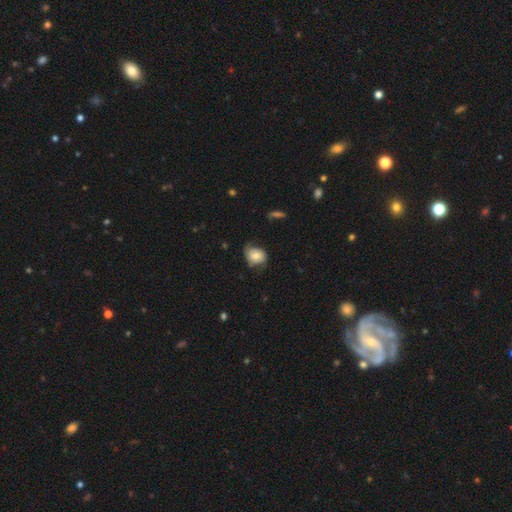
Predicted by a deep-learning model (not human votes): smooth 63%, featured or disk 28%, star or artifact 8%. Down the decision tree: how rounded — in between (56%); merging — none (53%).